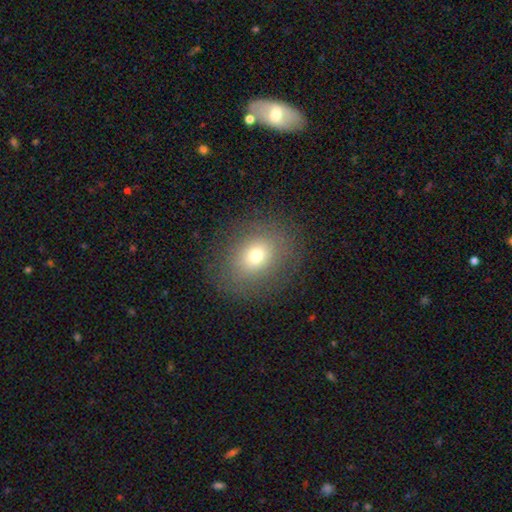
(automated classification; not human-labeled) Q: Smooth or featured?
A: smooth (71%); runner-up: featured or disk (15%)
Q: How rounded?
A: round (57%); runner-up: in between (42%)
Q: Merging?
A: none (84%); runner-up: minor disturbance (10%)